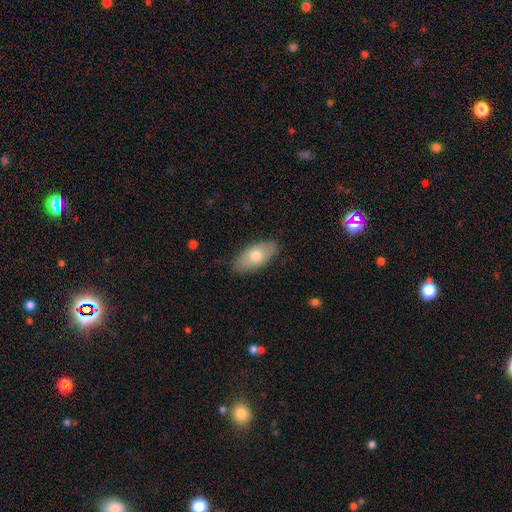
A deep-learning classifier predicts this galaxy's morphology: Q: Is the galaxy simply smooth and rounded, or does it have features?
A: smooth — 69%.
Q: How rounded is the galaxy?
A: in between — 89%.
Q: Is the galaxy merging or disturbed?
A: none — 82%.